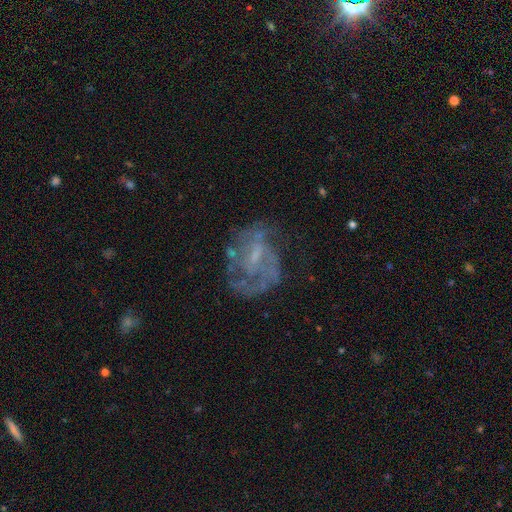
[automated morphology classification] A featured or disk galaxy (73%) with a weak bar (46%), medium (42%) spiral arms (71%) and a small central bulge (49%). Merging: none (51%).